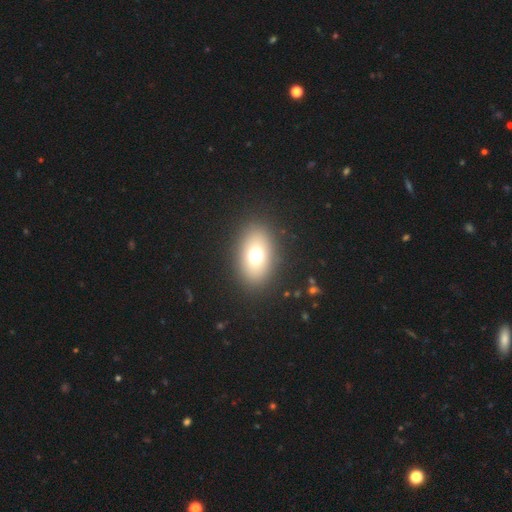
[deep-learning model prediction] Smooth or featured?
  - smooth: 69% *
  - featured or disk: 17%
  - star or artifact: 15%
How rounded?
  - in between: 77% *
  - round: 22%
  - cigar-shaped: 2%
Merging?
  - none: 87% *
  - minor disturbance: 8%
  - major disturbance: 4%
  - merger: 1%